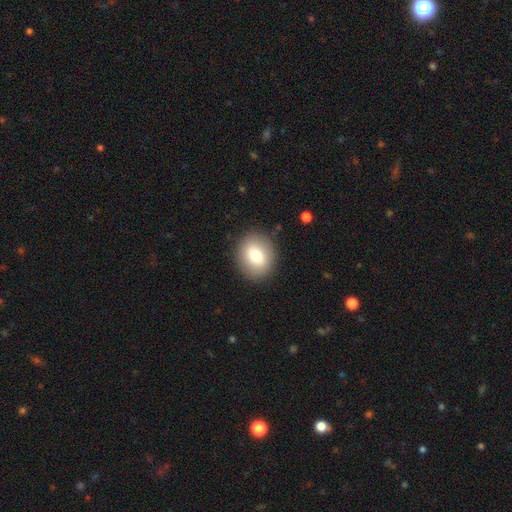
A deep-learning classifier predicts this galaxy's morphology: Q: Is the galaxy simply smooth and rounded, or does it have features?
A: smooth — 74%.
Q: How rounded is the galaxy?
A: round — 70%.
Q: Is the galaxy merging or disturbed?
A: none — 88%.